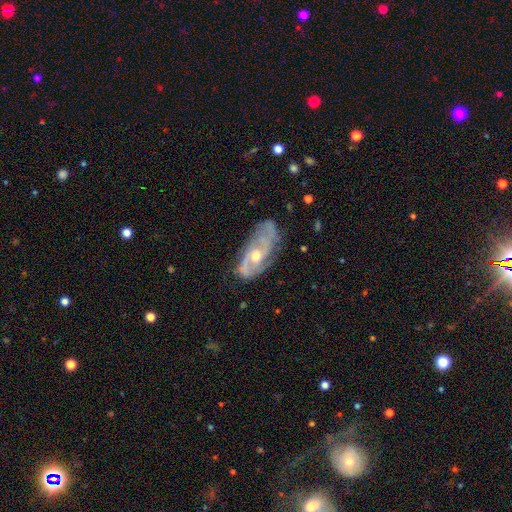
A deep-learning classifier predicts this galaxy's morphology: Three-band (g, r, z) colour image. It shows a featured or disk galaxy (81%) with no bar (67%), 2 (53%) medium (43%) spiral arms (90%) and a moderate central bulge (66%). Merging: none (62%).